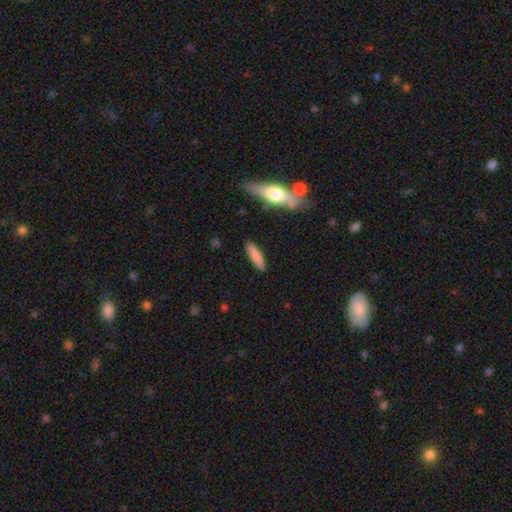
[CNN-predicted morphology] Q: Smooth or featured?
A: smooth (80%); runner-up: featured or disk (13%)
Q: How rounded?
A: cigar-shaped (68%); runner-up: in between (30%)
Q: Merging?
A: none (87%); runner-up: minor disturbance (9%)